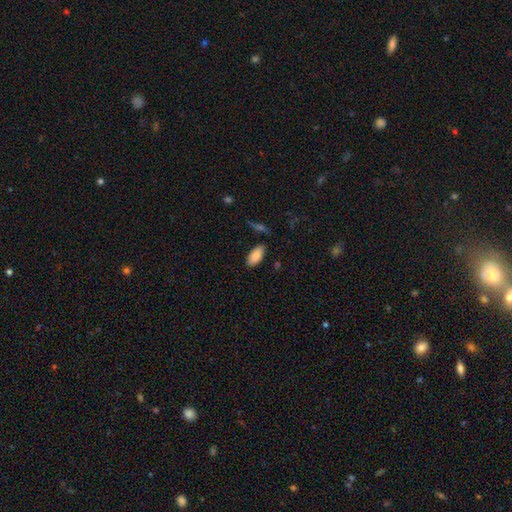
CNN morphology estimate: This appears to be a smooth galaxy with no disk features (87%) that is in between round and cigar-shaped (92%). Merging: none (83%).